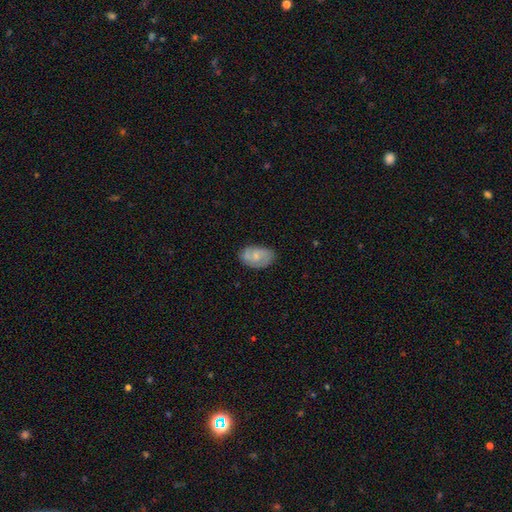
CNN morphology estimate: Smooth or featured?
  - featured or disk: 47% *
  - smooth: 46%
  - star or artifact: 7%
Merging?
  - none: 75% *
  - minor disturbance: 19%
  - major disturbance: 4%
  - merger: 1%